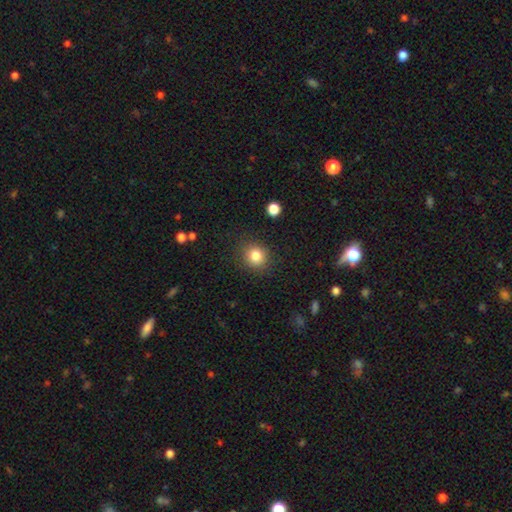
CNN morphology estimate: This appears to be a smooth galaxy with no disk features (83%) that is round (81%). Merging: none (87%).